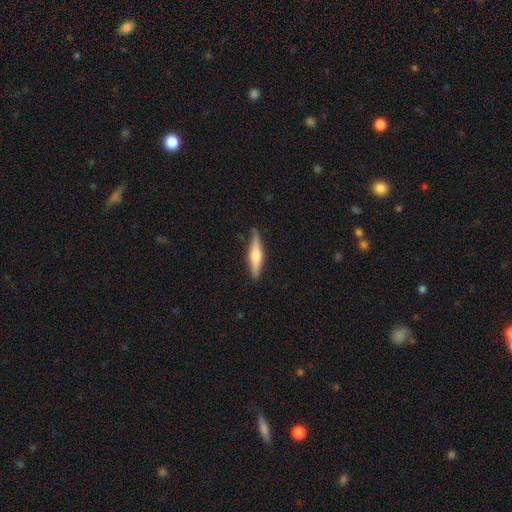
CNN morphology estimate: Q: Smooth or featured?
A: featured or disk (51%); runner-up: smooth (43%)
Q: Edge-on disk?
A: yes (95%); runner-up: no (5%)
Q: Merging?
A: none (86%); runner-up: minor disturbance (11%)